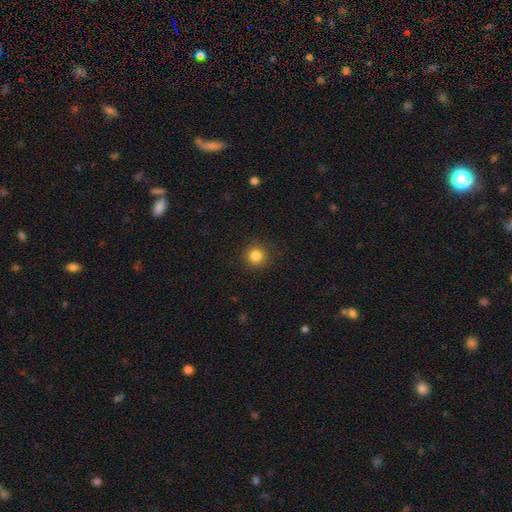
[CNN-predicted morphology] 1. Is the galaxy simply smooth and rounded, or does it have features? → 84% smooth, 11% star or artifact, 5% featured or disk.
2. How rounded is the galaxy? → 94% round, 5% in between, 1% cigar-shaped.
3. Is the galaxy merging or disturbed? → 91% none, 6% minor disturbance, 2% major disturbance, 1% merger.